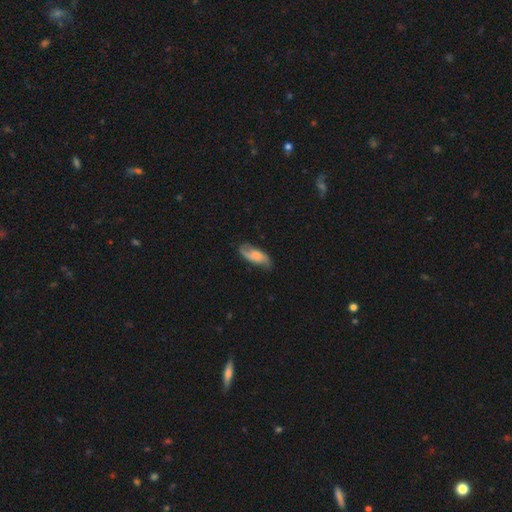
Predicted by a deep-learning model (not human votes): A smooth galaxy with no disk features (51%) that is in between round and cigar-shaped (79%). Merging: none (66%).